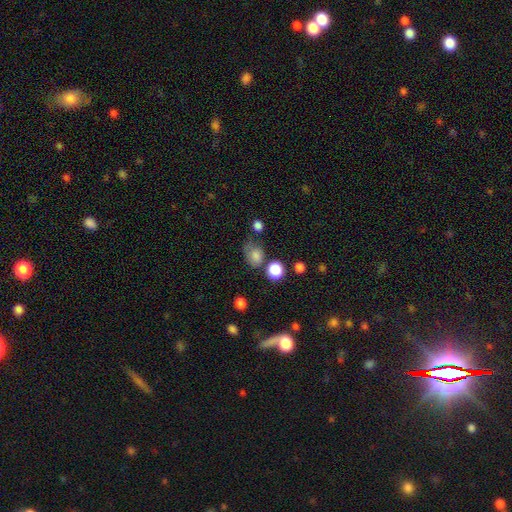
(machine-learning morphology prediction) A smooth galaxy with no disk features (78%) that is in between round and cigar-shaped (52%). Merging: none (46%).